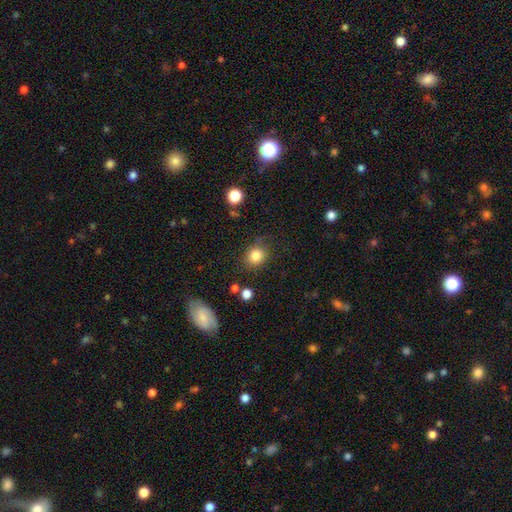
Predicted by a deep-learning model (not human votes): Smooth or featured: smooth — 83% (star or artifact — 11%)
How rounded: round — 70% (in between — 29%)
Merging: none — 80% (minor disturbance — 14%)